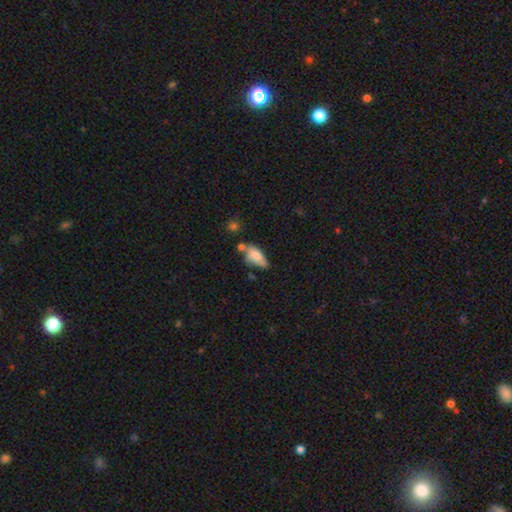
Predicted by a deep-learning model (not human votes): Smooth or featured? Predicted: smooth (p=0.71). How rounded? Predicted: in between (p=0.83). Merging? Predicted: none (p=0.43).